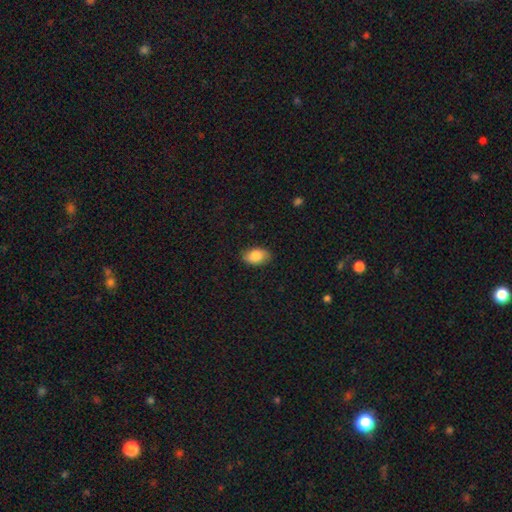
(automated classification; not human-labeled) Smooth or featured? Predicted: smooth (p=0.83). How rounded? Predicted: in between (p=0.90). Merging? Predicted: none (p=0.86).